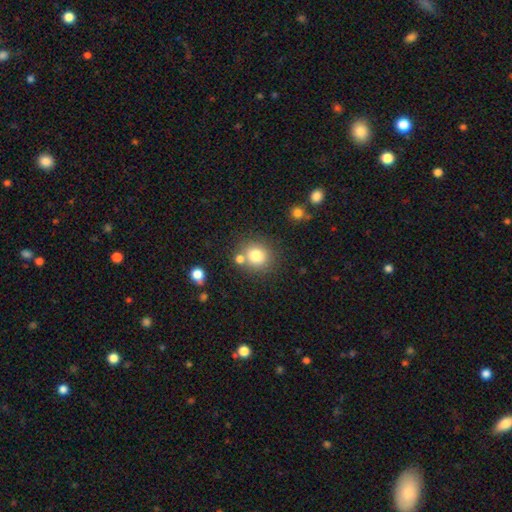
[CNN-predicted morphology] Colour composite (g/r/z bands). It shows a smooth galaxy with no disk features (79%) that is round (84%). Merging: none (70%).